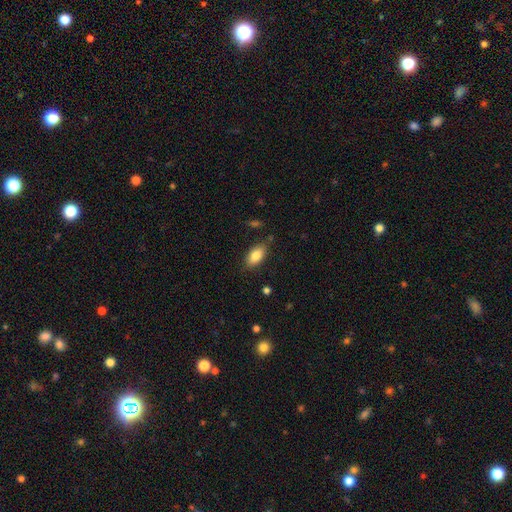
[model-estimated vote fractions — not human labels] This appears to be a smooth galaxy with no disk features (83%) that is in between round and cigar-shaped (91%). Merging: none (81%).